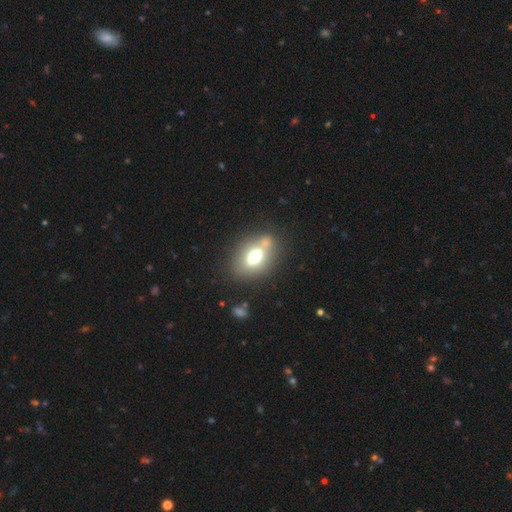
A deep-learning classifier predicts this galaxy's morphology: Smooth or featured: smooth — 63% (featured or disk — 26%)
How rounded: in between — 79% (round — 17%)
Merging: none — 61% (merger — 18%)